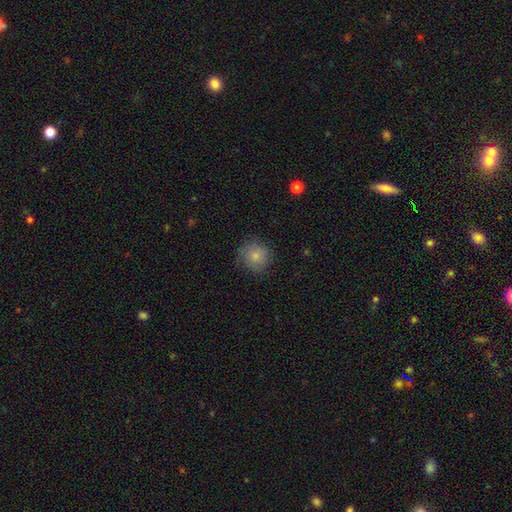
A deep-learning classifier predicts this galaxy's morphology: smooth 80%, featured or disk 12%, star or artifact 8%. Down the decision tree: how rounded — round (90%); merging — none (74%).